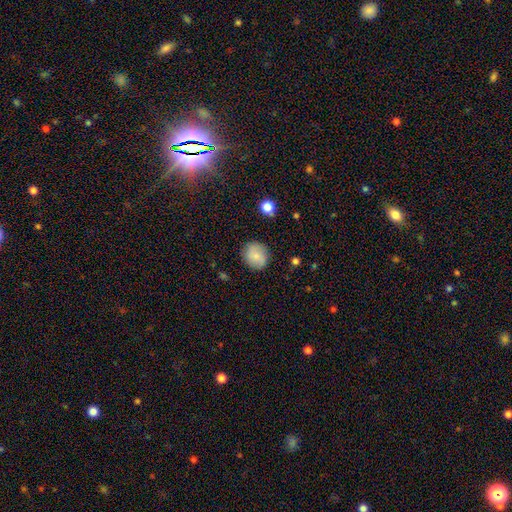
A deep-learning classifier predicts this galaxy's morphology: type=smooth (82%); roundness=round (82%); merging=none (85%).